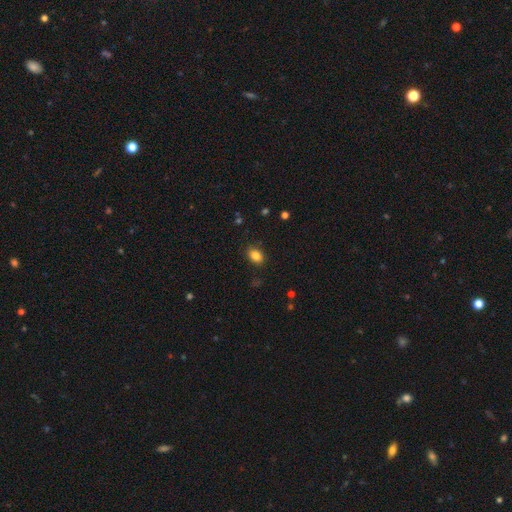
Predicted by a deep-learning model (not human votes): Smooth or featured?
  - smooth: 85% *
  - star or artifact: 10%
  - featured or disk: 5%
How rounded?
  - in between: 73% *
  - round: 26%
  - cigar-shaped: 1%
Merging?
  - none: 85% *
  - minor disturbance: 11%
  - major disturbance: 3%
  - merger: 1%